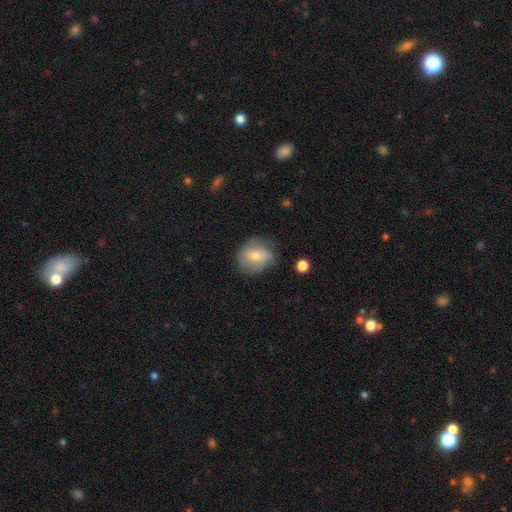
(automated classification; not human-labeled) smooth_or_featured: smooth (p=0.60) [alt: featured or disk p=0.32]
how_rounded: round (p=0.71) [alt: in between p=0.28]
merging: none (p=0.66) [alt: minor disturbance p=0.24]